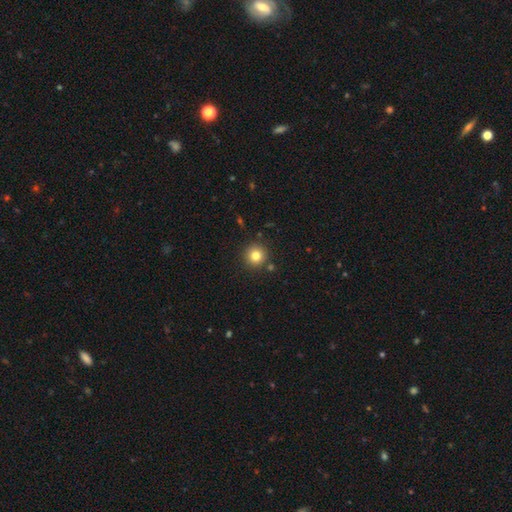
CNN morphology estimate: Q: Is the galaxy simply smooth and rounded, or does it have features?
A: smooth — 81%.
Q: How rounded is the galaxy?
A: round — 94%.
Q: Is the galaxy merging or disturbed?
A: none — 88%.